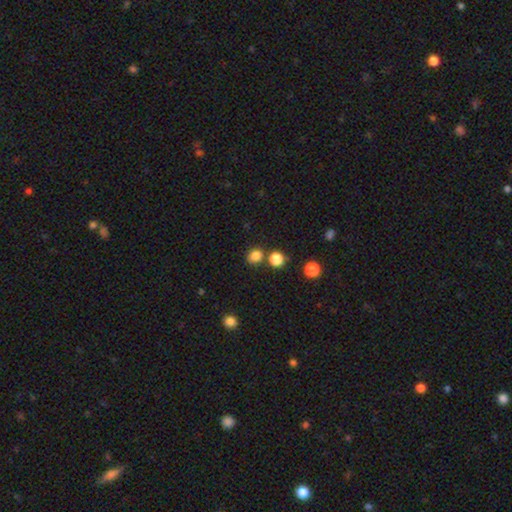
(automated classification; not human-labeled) Overall: smooth (82%). How rounded: round (74%). Merging: none (75%).